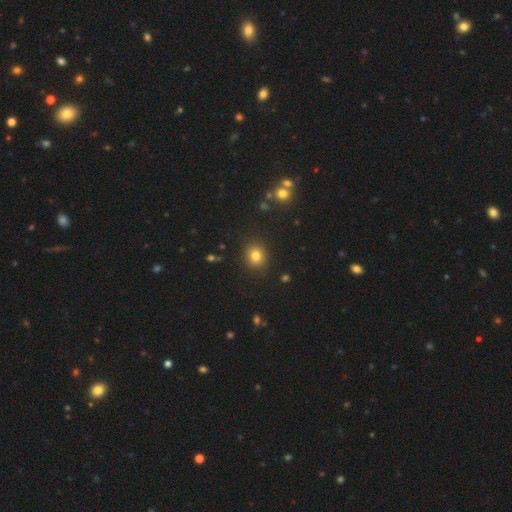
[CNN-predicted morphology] The model was most divided on "how rounded": round: 78%, in between: 21%, cigar-shaped: 1%. More confident: merging — none (89%); smooth or featured — smooth (80%).